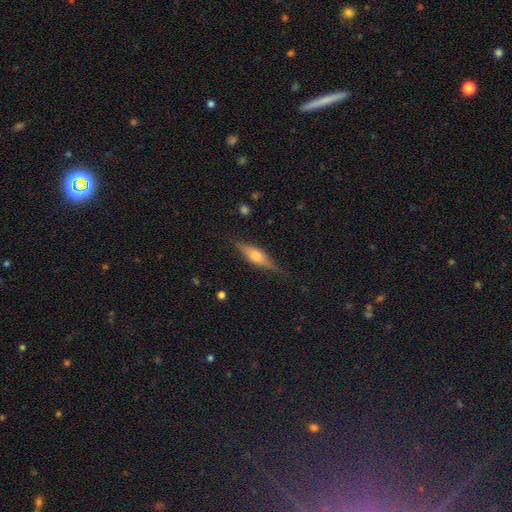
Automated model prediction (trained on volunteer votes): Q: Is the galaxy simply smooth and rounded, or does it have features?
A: featured or disk — 64%.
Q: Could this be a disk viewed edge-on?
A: yes — 95%.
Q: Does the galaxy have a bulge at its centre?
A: rounded — 86%.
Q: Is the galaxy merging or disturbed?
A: none — 84%.